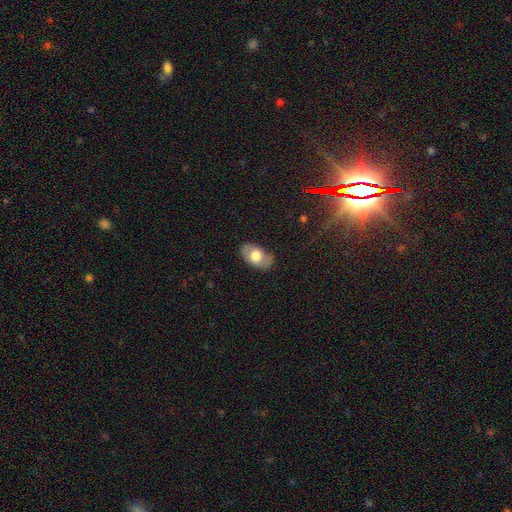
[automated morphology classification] Smooth or featured: smooth — 62% (featured or disk — 32%)
How rounded: in between — 91% (round — 8%)
Merging: none — 79% (minor disturbance — 16%)